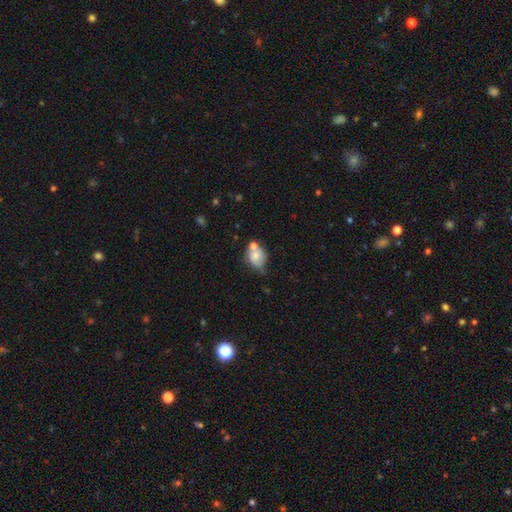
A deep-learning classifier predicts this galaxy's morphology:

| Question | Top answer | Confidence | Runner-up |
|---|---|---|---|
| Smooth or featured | smooth | 64% | featured or disk (28%) |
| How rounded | in between | 54% | round (45%) |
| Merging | none | 36% | merger (34%) |